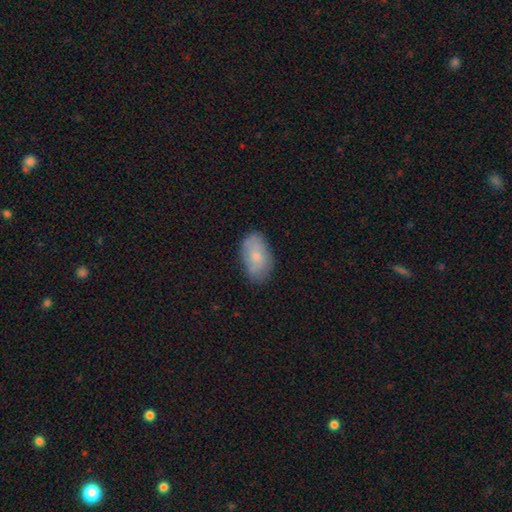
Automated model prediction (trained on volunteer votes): Smooth or featured? Predicted: smooth (p=0.66). How rounded? Predicted: in between (p=0.92). Merging? Predicted: none (p=0.76).